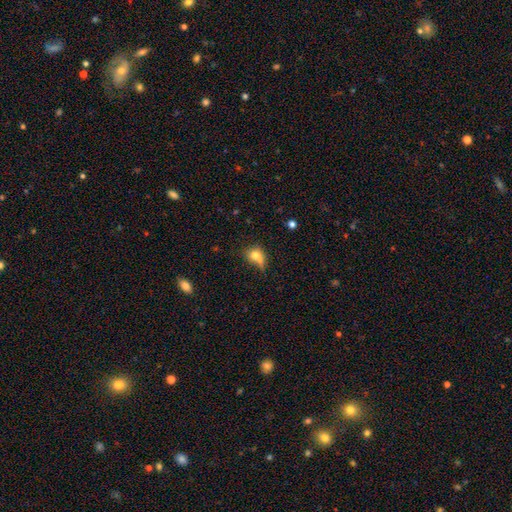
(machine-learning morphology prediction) Smooth or featured: smooth — 71% (featured or disk — 17%)
How rounded: in between — 48% (tied with round — 48%)
Merging: none — 34% (minor disturbance — 27%)